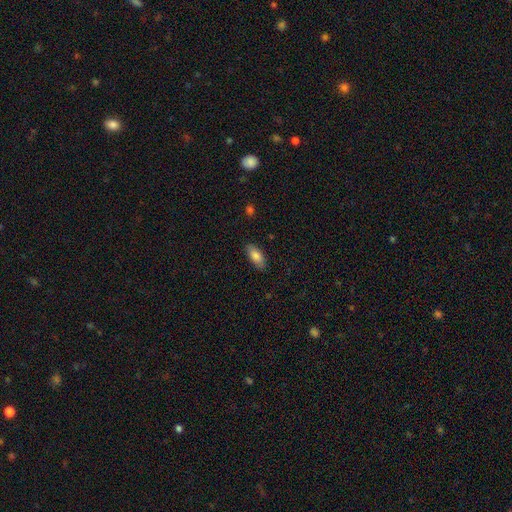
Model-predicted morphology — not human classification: This is clearly a smooth galaxy (83%). How rounded: clearly in between (87%). Merging: clearly none (86%).